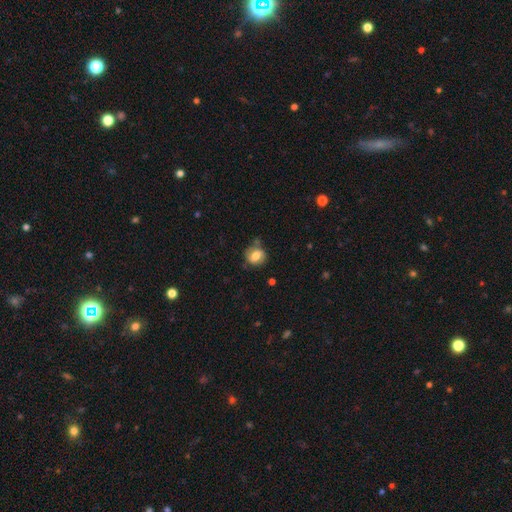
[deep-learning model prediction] smooth 63%, featured or disk 28%, star or artifact 9%. Down the decision tree: how rounded — round (57%); merging — none (56%).